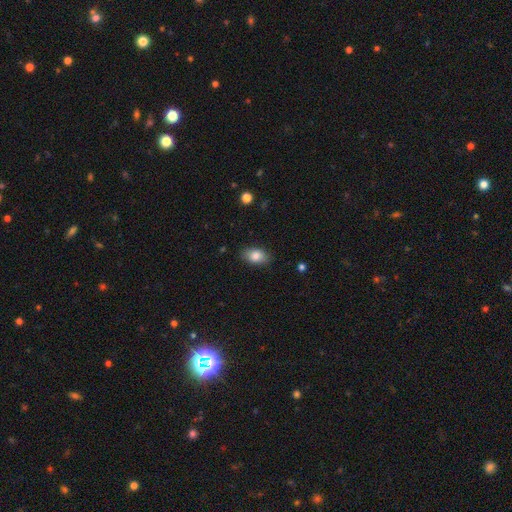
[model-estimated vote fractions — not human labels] smooth-or-featured: smooth: 84% | featured or disk: 8% | star or artifact: 8%
  how-rounded: in between: 88% | round: 10% | cigar-shaped: 2%
  merging: none: 85% | minor disturbance: 11% | major disturbance: 3% | merger: 1%